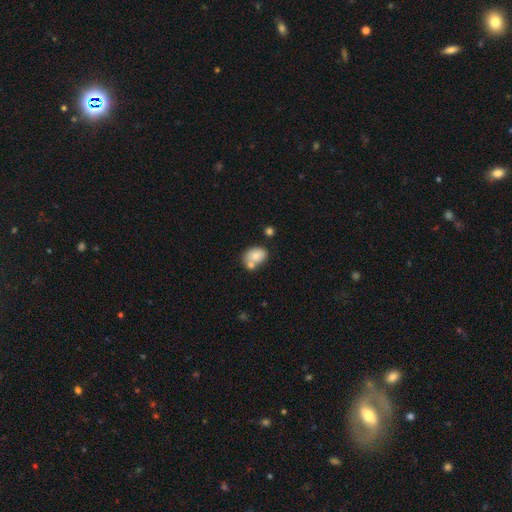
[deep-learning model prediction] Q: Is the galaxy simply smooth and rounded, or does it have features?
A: smooth — 77%.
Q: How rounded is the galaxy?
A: in between — 69%.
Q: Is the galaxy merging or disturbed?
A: none — 45%.